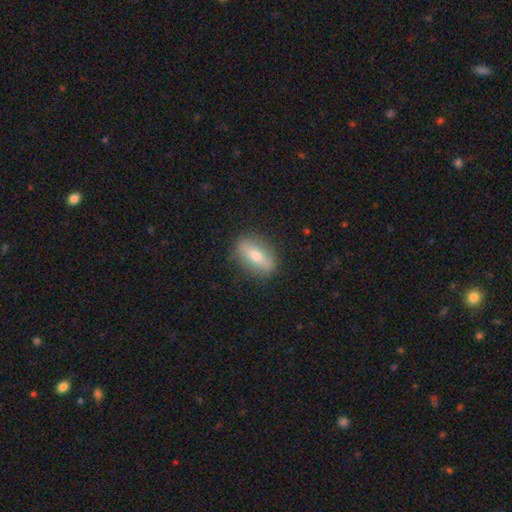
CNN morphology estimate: Smooth or featured? smooth (51%)
How rounded? in between (68%)
Merging? none (86%)